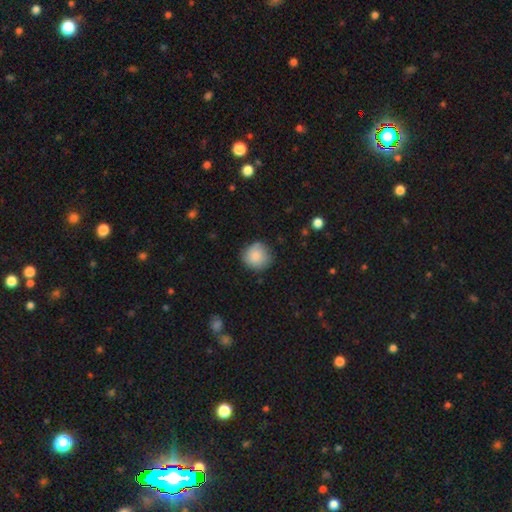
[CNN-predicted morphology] This is clearly a smooth galaxy (87%). How rounded: clearly round (91%). Merging: clearly none (80%).